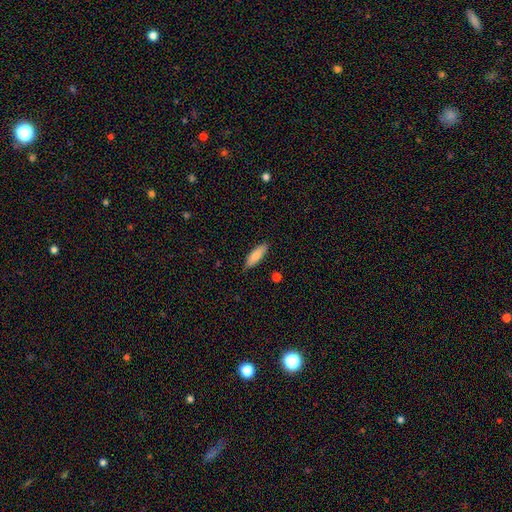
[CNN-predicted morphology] A smooth galaxy with no disk features (83%) that is in between round and cigar-shaped (51%). Merging: none (85%).